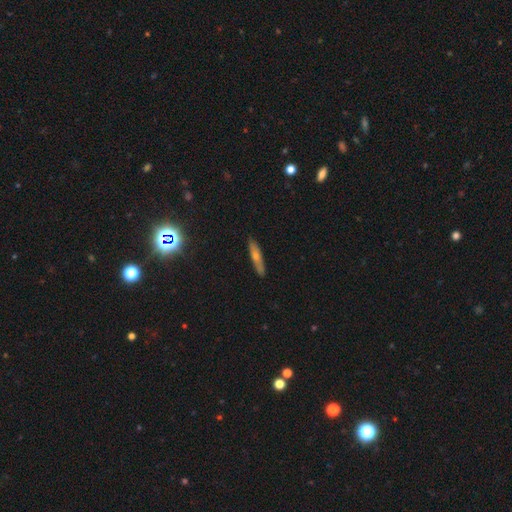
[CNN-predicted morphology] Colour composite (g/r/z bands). It shows a featured or disk galaxy (45%). Merging: none (88%).